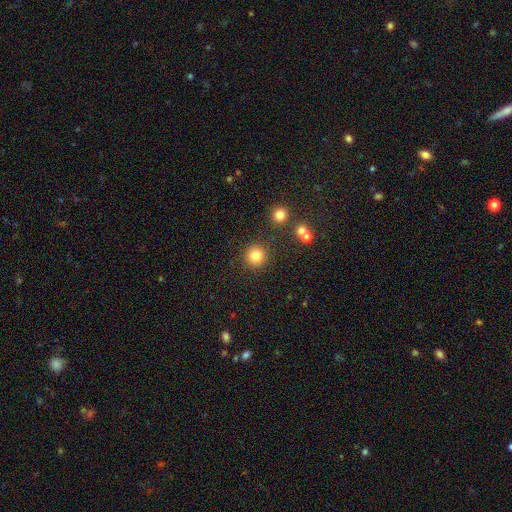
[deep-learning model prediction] smooth-or-featured: smooth: 83% | star or artifact: 12% | featured or disk: 6%
  how-rounded: round: 94% | in between: 5% | cigar-shaped: 1%
  merging: none: 88% | minor disturbance: 6% | merger: 3% | major disturbance: 3%